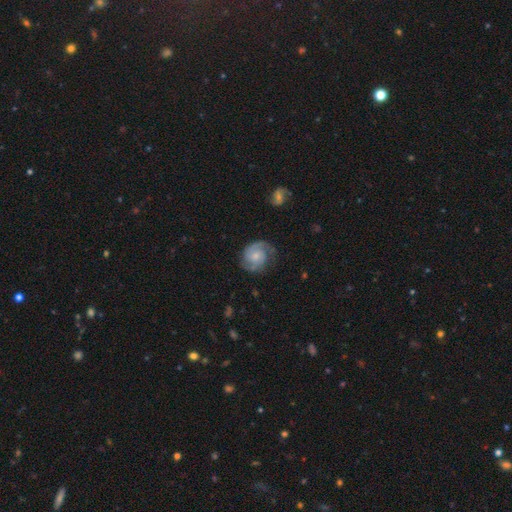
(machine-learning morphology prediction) Smooth or featured? Predicted: featured or disk (p=0.77). Edge-on disk? Predicted: no (p=0.98). Bar? Predicted: no (p=0.66). Spiral arms? Predicted: yes (p=0.95). Spiral winding? Predicted: medium (p=0.44). Spiral arm count? Predicted: 2 (p=0.76). Bulge size? Predicted: small (p=0.50). Merging? Predicted: none (p=0.71).